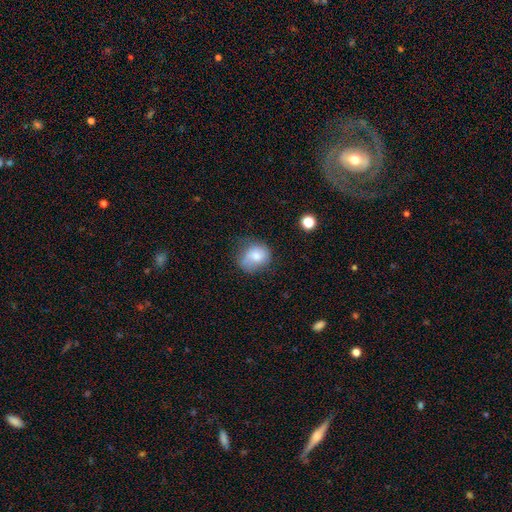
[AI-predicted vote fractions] The model was most divided on "merging": none: 50%, minor disturbance: 34%, major disturbance: 14%, merger: 3%. More confident: smooth or featured — smooth (73%); how rounded — round (61%).